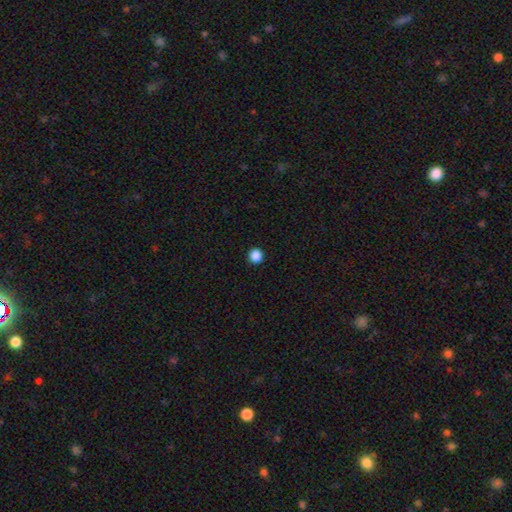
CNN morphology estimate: Q: Smooth or featured?
A: smooth (87%); runner-up: star or artifact (10%)
Q: How rounded?
A: round (93%); runner-up: in between (6%)
Q: Merging?
A: none (93%); runner-up: minor disturbance (4%)